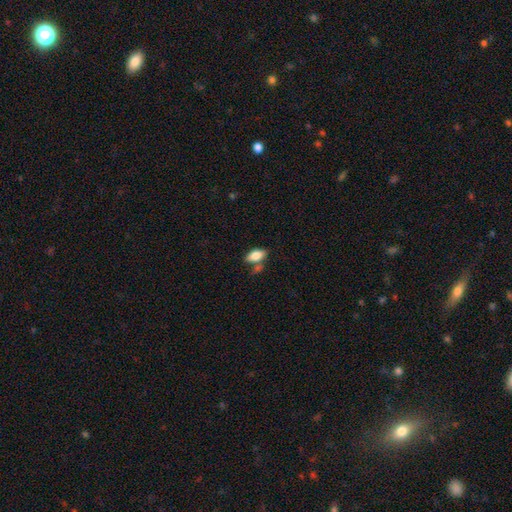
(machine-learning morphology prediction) Overall: smooth (80%). How rounded: in between (89%). Merging: none (58%; merger 19%).